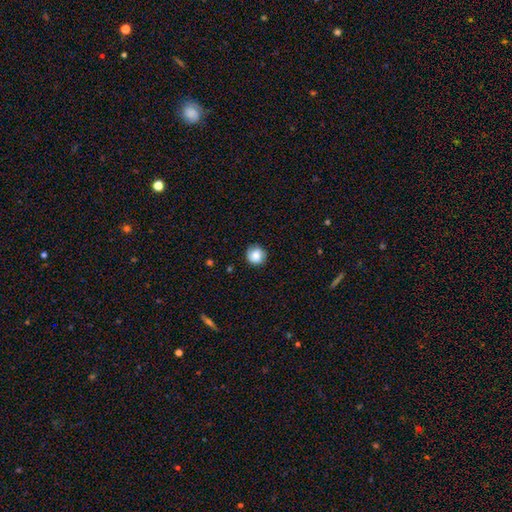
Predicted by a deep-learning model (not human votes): A smooth galaxy with no disk features (79%) that is round (91%). Merging: none (82%).